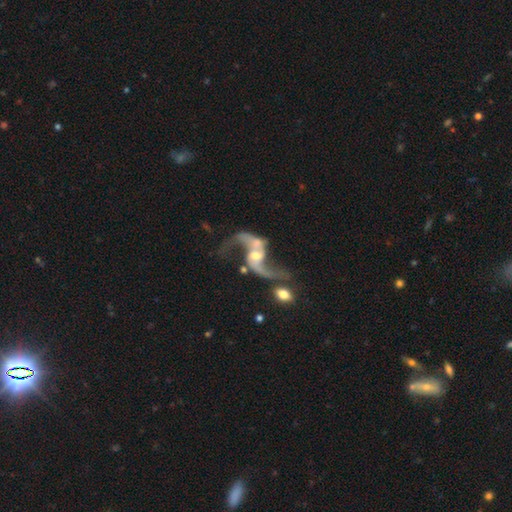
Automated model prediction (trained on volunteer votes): Smooth or featured? Predicted: featured or disk (p=0.90). Edge-on disk? Predicted: no (p=0.97). Bar? Predicted: no (p=0.42). Spiral arms? Predicted: yes (p=0.96). Spiral winding? Predicted: loose (p=0.89). Spiral arm count? Predicted: 2 (p=0.94). Bulge size? Predicted: moderate (p=0.49). Merging? Predicted: none (p=0.50).